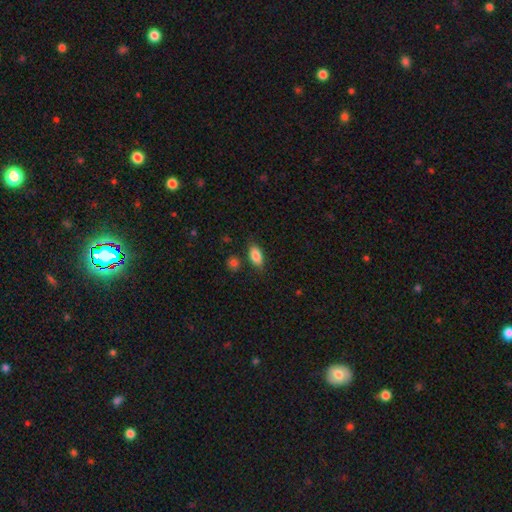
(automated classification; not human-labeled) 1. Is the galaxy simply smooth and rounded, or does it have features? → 85% smooth, 7% star or artifact, 7% featured or disk.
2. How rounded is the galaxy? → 89% in between, 5% cigar-shaped, 5% round.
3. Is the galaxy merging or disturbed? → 81% none, 12% minor disturbance, 3% merger, 3% major disturbance.